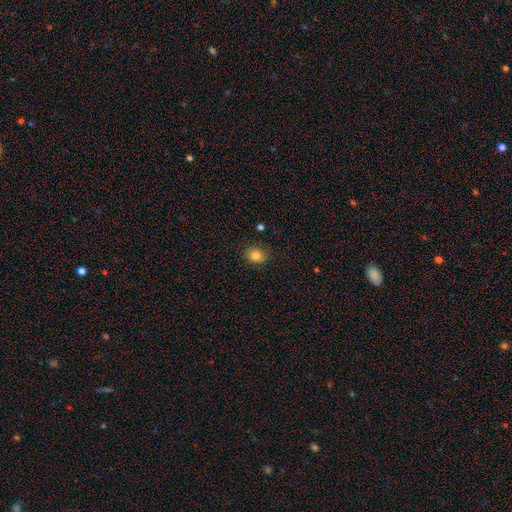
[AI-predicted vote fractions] Smooth or featured? Predicted: smooth (p=0.82). How rounded? Predicted: round (p=0.59). Merging? Predicted: none (p=0.85).